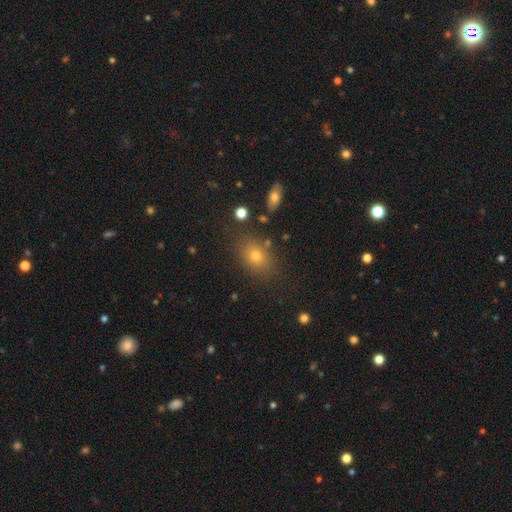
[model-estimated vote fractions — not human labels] smooth_or_featured: smooth (p=0.71) [alt: star or artifact p=0.17]
how_rounded: in between (p=0.66) [alt: round p=0.32]
merging: none (p=0.79) [alt: minor disturbance p=0.12]